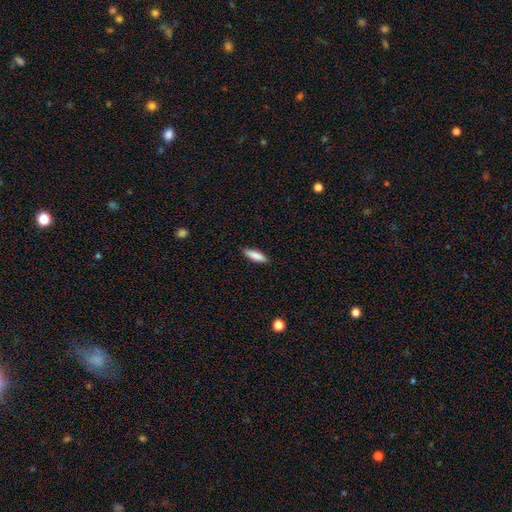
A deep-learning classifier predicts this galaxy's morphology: Smooth or featured? Predicted: smooth (p=0.85). How rounded? Predicted: cigar-shaped (p=0.57). Merging? Predicted: none (p=0.87).